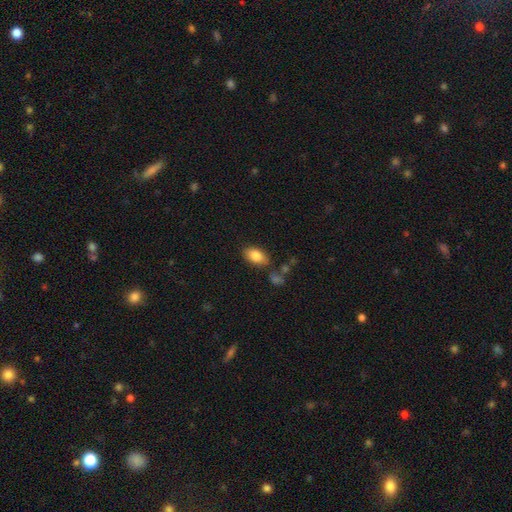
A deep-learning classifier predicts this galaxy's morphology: Q: Smooth or featured?
A: smooth (85%); runner-up: featured or disk (8%)
Q: How rounded?
A: in between (92%); runner-up: round (6%)
Q: Merging?
A: none (78%); runner-up: minor disturbance (13%)